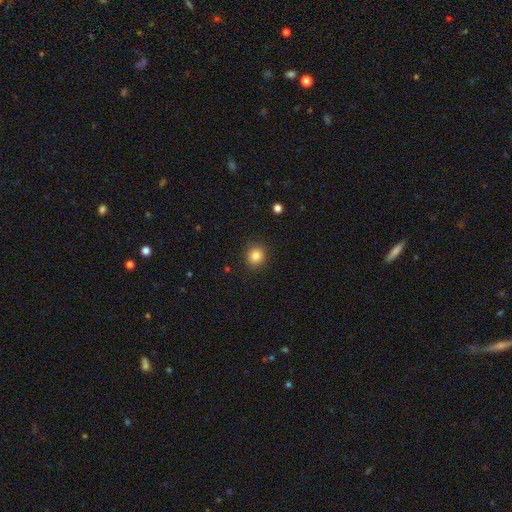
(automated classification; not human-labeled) Morphology: type=smooth (84%); roundness=round (90%); merging=none (89%).